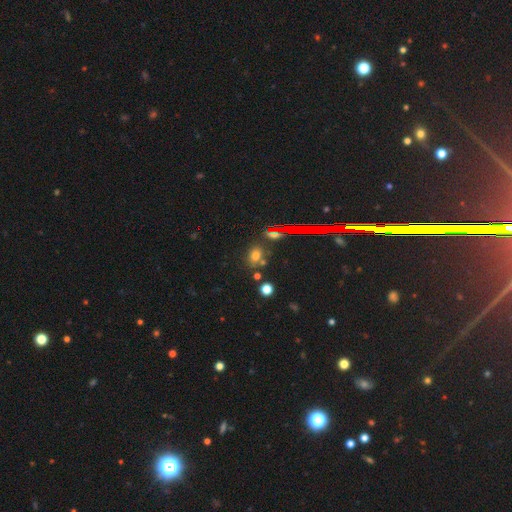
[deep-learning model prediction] Smooth or featured: smooth — 65% (star or artifact — 25%)
How rounded: in between — 55% (round — 42%)
Merging: none — 72% (minor disturbance — 12%)